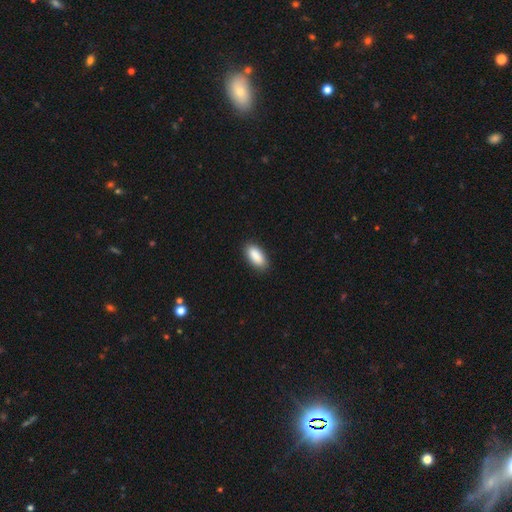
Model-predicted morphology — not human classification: The model was most divided on "merging": none: 88%, minor disturbance: 9%, major disturbance: 2%, merger: 1%. More confident: smooth or featured — smooth (90%); how rounded — in between (89%).